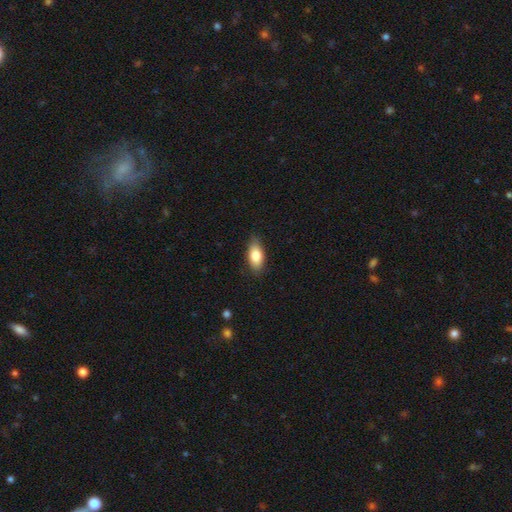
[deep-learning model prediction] smooth_or_featured: smooth (p=0.81) [alt: featured or disk p=0.12]
how_rounded: in between (p=0.88) [alt: cigar-shaped p=0.08]
merging: none (p=0.83) [alt: minor disturbance p=0.14]